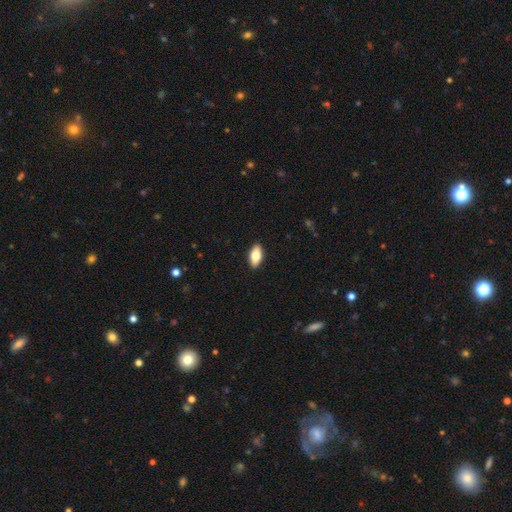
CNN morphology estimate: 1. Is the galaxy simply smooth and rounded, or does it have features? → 75% smooth, 19% featured or disk, 6% star or artifact.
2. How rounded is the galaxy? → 87% in between, 9% cigar-shaped, 3% round.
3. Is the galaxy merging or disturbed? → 91% none, 7% minor disturbance, 2% major disturbance, 1% merger.